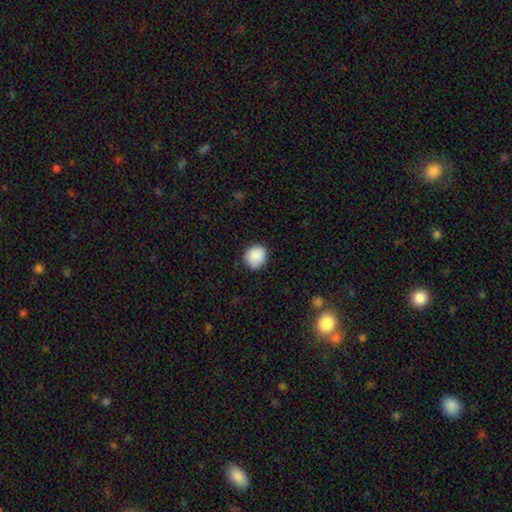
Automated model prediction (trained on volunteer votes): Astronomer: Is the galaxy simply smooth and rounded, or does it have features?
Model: smooth — 88%.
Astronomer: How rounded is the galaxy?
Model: round — 72%.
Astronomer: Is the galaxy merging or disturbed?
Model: none — 82%.